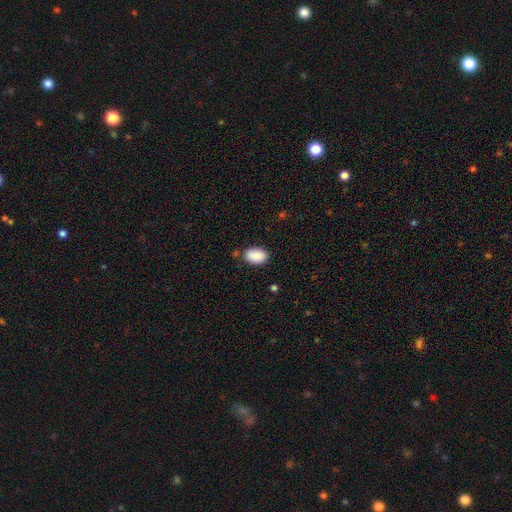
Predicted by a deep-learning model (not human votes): Smooth or featured? Predicted: smooth (p=0.90). How rounded? Predicted: in between (p=0.90). Merging? Predicted: none (p=0.80).